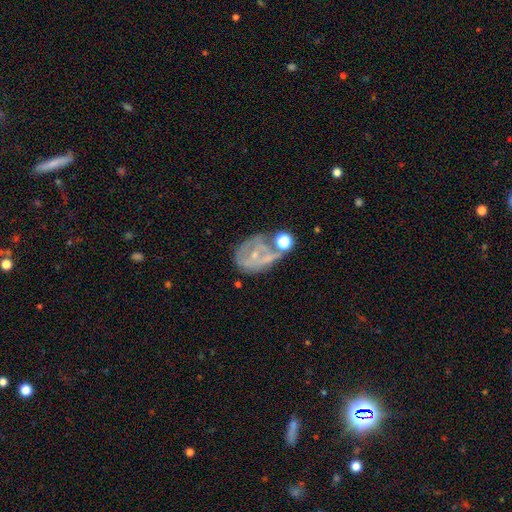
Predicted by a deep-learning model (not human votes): The model was most divided on "spiral arms": no: 51%, yes: 49%. Remaining: edge-on disk — no (96%); bulge size — small (70%); bar — no (61%); smooth or featured — featured or disk (61%); merging — none (34%).